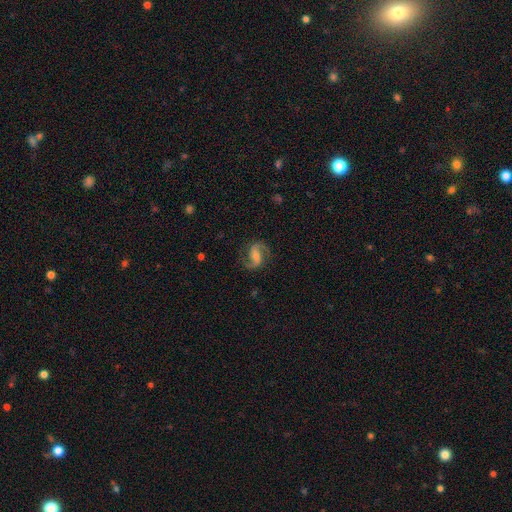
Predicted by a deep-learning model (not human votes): A featured or disk galaxy (88%) with a weak bar (44%), 2 (94%) medium (51%) spiral arms (97%) and a small central bulge (46%). Merging: none (82%).